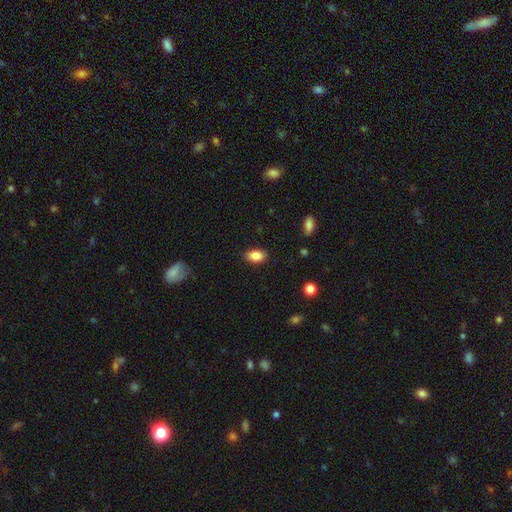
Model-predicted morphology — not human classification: Smooth or featured? Predicted: smooth (p=0.87). How rounded? Predicted: in between (p=0.89). Merging? Predicted: none (p=0.86).